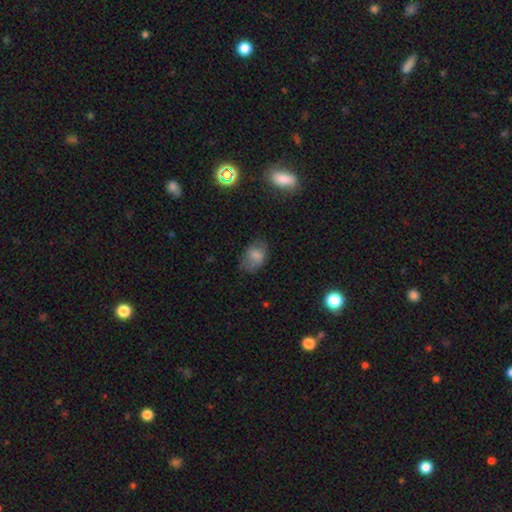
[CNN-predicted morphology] smooth_or_featured: smooth (p=0.73) [alt: featured or disk p=0.17]
how_rounded: in between (p=0.81) [alt: round p=0.17]
merging: none (p=0.60) [alt: minor disturbance p=0.27]